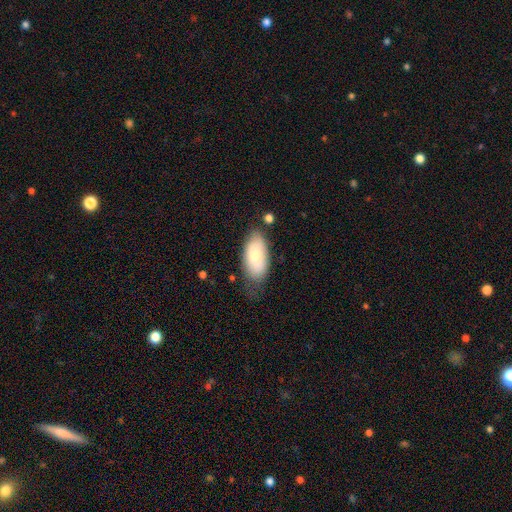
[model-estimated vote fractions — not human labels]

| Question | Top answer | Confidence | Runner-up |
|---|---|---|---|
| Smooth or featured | smooth | 75% | featured or disk (19%) |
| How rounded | in between | 93% | cigar-shaped (4%) |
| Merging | none | 62% | minor disturbance (26%) |